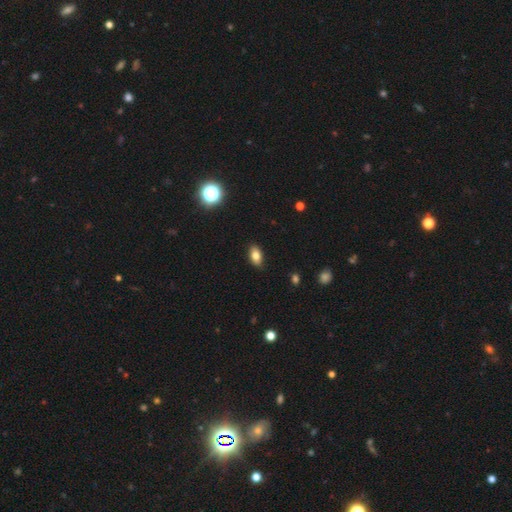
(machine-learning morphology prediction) Smooth or featured? smooth (80%)
How rounded? in between (88%)
Merging? none (87%)